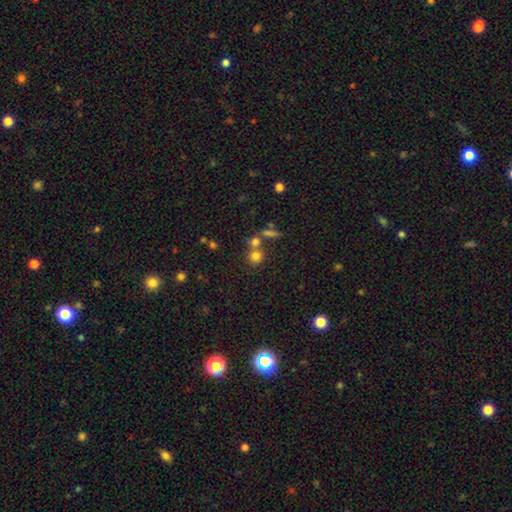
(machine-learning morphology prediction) type=smooth (75%); roundness=round (88%); merging=none (57%).